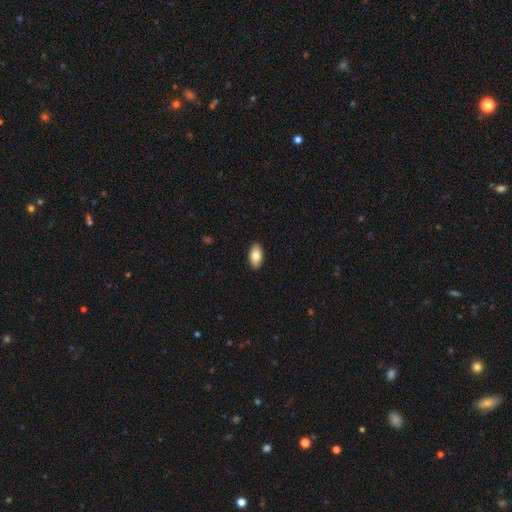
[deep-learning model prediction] The model was most divided on "smooth or featured": smooth: 84%, featured or disk: 10%, star or artifact: 7%. More confident: how rounded — in between (94%); merging — none (90%).